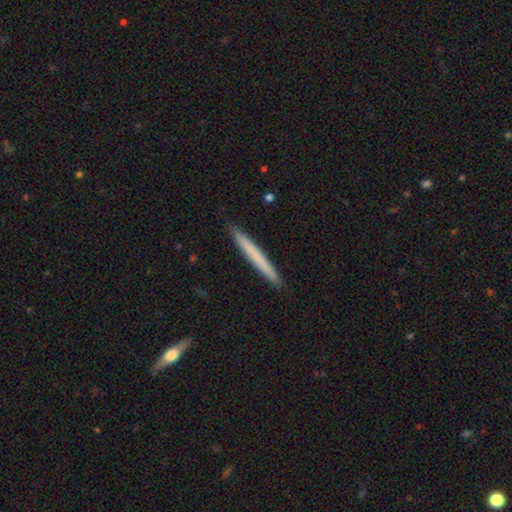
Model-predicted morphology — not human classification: This is likely a smooth galaxy (63%). How rounded: clearly cigar-shaped (97%). Merging: clearly none (92%).